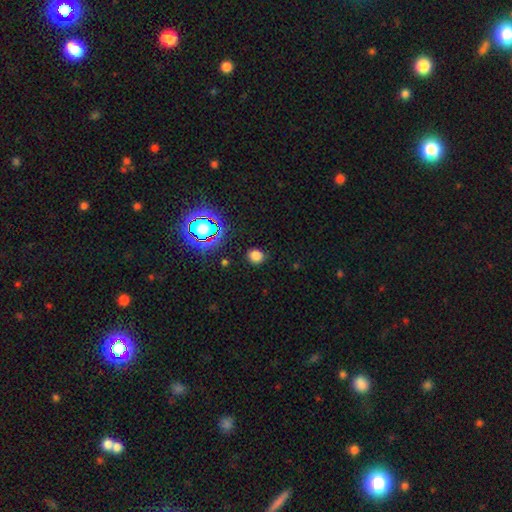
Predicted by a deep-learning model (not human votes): Smooth or featured: smooth — 75% (star or artifact — 20%)
How rounded: round — 79% (in between — 20%)
Merging: none — 86% (minor disturbance — 10%)